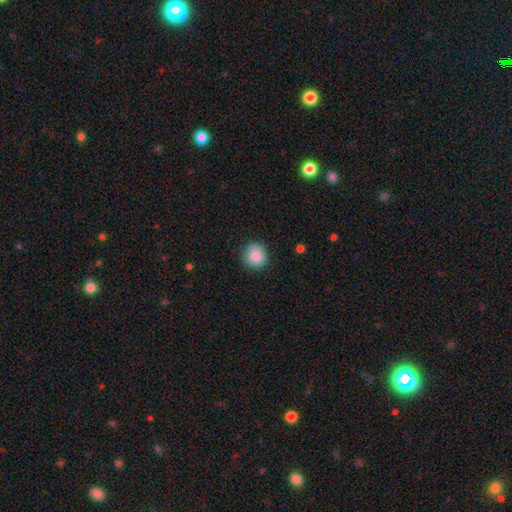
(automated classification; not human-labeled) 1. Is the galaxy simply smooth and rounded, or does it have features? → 87% smooth, 8% star or artifact, 5% featured or disk.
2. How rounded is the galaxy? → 88% round, 11% in between, 1% cigar-shaped.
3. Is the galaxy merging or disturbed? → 84% none, 12% minor disturbance, 3% major disturbance, 1% merger.